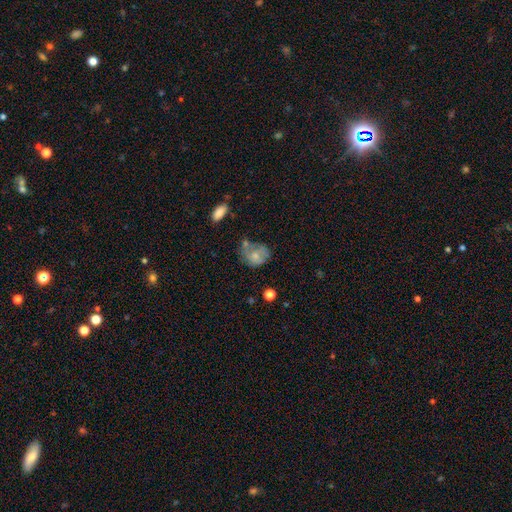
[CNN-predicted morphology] Smooth or featured?
  - smooth: 59% *
  - featured or disk: 32%
  - star or artifact: 9%
How rounded?
  - round: 53% *
  - in between: 46%
  - cigar-shaped: 1%
Merging?
  - none: 36% *
  - minor disturbance: 27%
  - major disturbance: 21%
  - merger: 16%